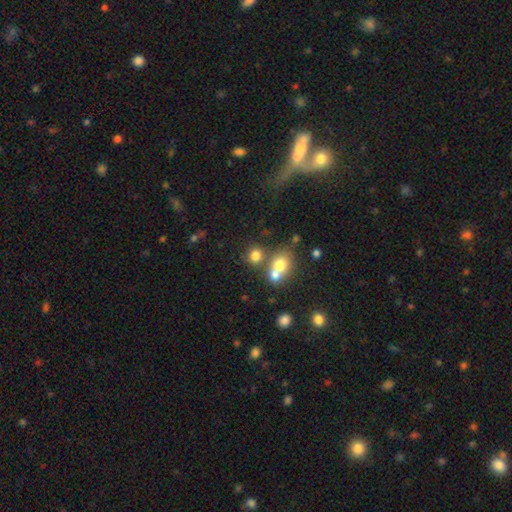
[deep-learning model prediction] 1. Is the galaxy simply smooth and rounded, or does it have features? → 75% smooth, 14% star or artifact, 11% featured or disk.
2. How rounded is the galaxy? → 79% round, 20% in between, 1% cigar-shaped.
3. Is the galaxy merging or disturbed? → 52% none, 36% merger, 8% minor disturbance, 4% major disturbance.